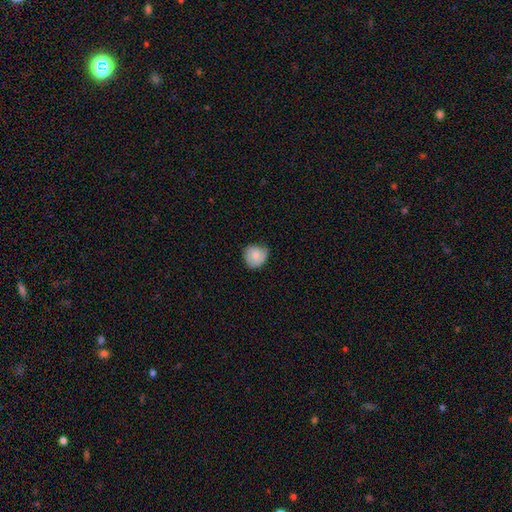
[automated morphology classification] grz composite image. It shows a smooth galaxy with no disk features (78%) that is round (85%). Merging: none (61%).